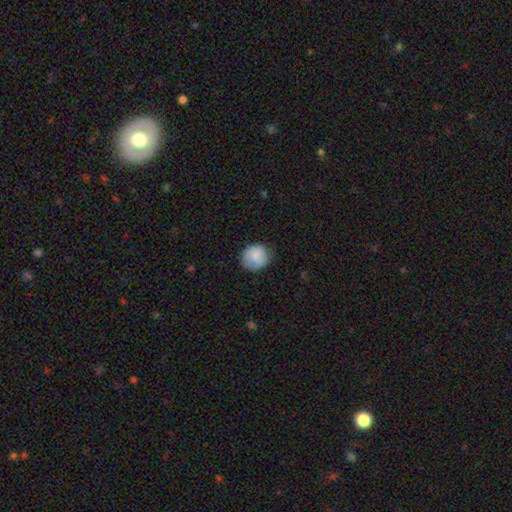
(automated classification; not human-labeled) This is clearly a smooth galaxy (81%). How rounded: clearly round (81%). Merging: likely none (71%).